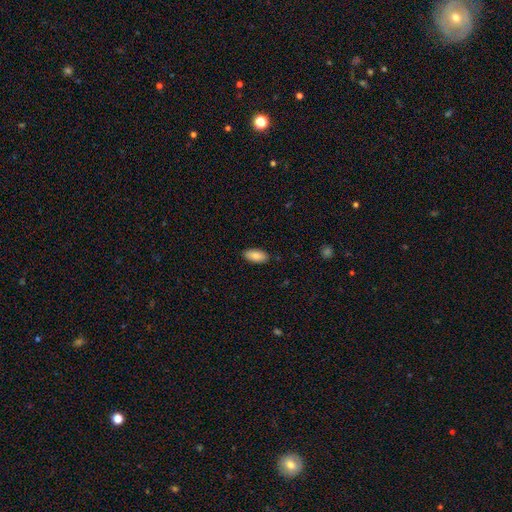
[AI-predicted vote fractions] This is clearly a smooth galaxy (87%). How rounded: clearly in between (92%). Merging: clearly none (89%).